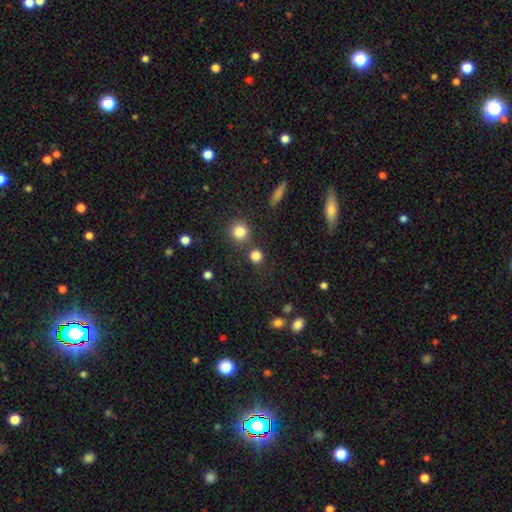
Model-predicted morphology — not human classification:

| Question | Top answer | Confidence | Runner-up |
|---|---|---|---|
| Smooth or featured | smooth | 81% | star or artifact (15%) |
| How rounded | round | 91% | in between (8%) |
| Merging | none | 76% | merger (13%) |